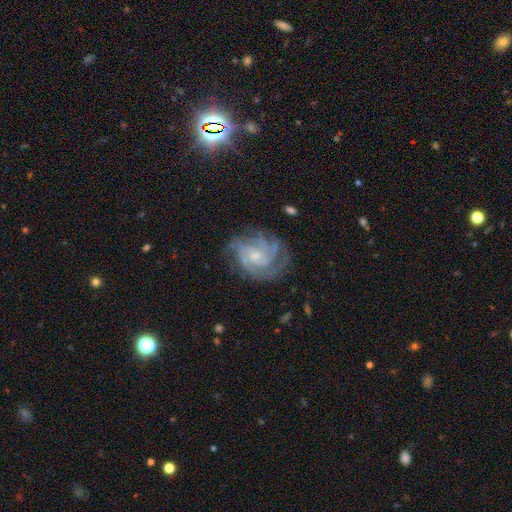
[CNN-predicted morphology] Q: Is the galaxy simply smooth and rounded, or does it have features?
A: featured or disk — 83%.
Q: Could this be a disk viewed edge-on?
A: no — 98%.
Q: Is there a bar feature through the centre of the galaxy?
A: no — 62%.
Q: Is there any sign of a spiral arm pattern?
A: yes — 95%.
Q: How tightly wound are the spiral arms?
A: tight — 61%.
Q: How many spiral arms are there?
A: can't tell — 28%.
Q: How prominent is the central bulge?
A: small — 52%.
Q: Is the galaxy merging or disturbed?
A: none — 69%.